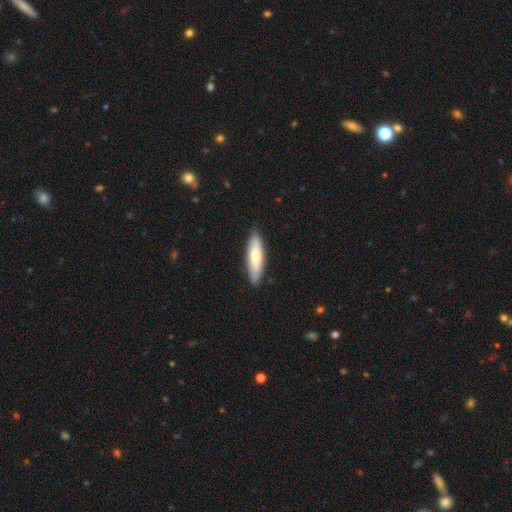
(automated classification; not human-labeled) Smooth or featured? smooth (63%)
How rounded? cigar-shaped (59%)
Merging? none (86%)